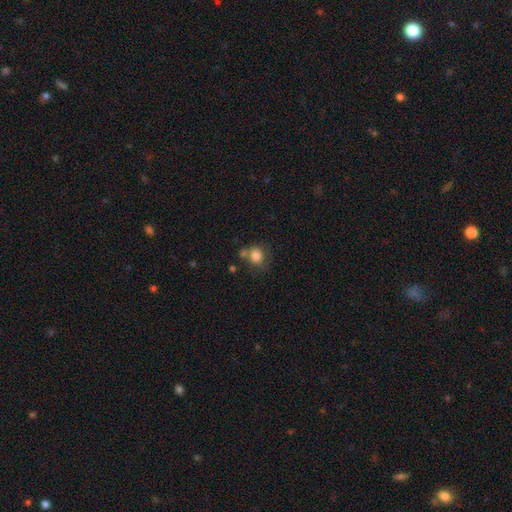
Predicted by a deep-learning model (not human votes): Q: Smooth or featured?
A: smooth (79%); runner-up: featured or disk (11%)
Q: How rounded?
A: round (70%); runner-up: in between (29%)
Q: Merging?
A: none (50%); runner-up: merger (21%)